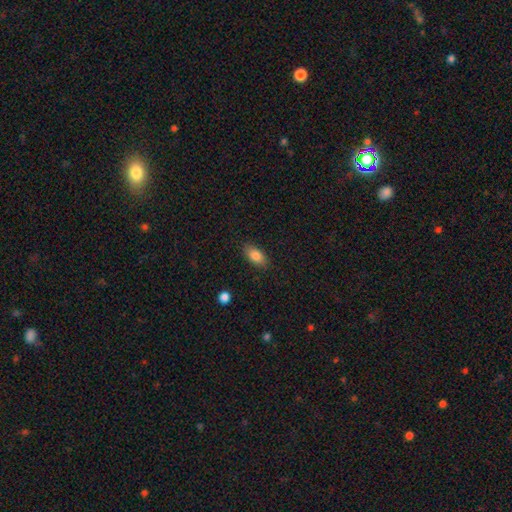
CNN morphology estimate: This appears to be a smooth galaxy with no disk features (83%) that is in between round and cigar-shaped (89%). Merging: none (86%).